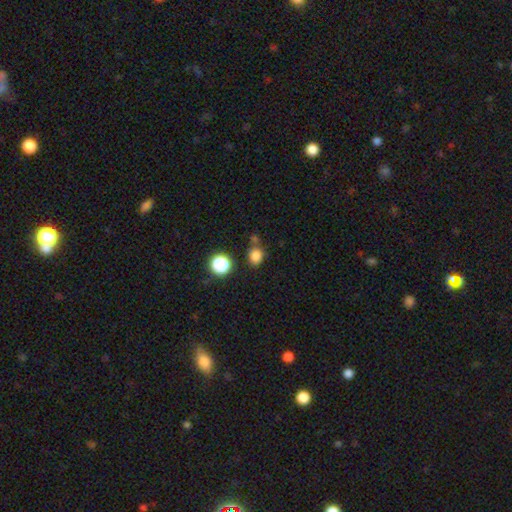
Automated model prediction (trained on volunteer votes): smooth-or-featured: smooth: 80% | star or artifact: 15% | featured or disk: 4%
  how-rounded: round: 66% | in between: 33% | cigar-shaped: 1%
  merging: none: 72% | minor disturbance: 13% | merger: 11% | major disturbance: 4%